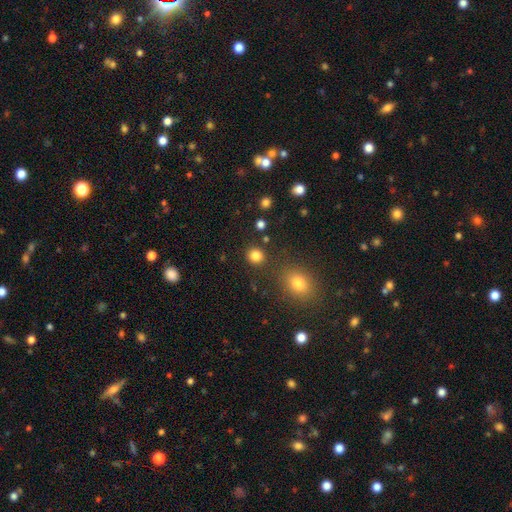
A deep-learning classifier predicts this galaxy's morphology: A smooth galaxy with no disk features (83%) that is round (88%).

Vote fractions:
- Smooth or featured? smooth: 83% / star or artifact: 12% / featured or disk: 4%
- How rounded? round: 88% / in between: 11% / cigar-shaped: 1%
- Merging? none: 85% / minor disturbance: 7% / merger: 5% / major disturbance: 3%